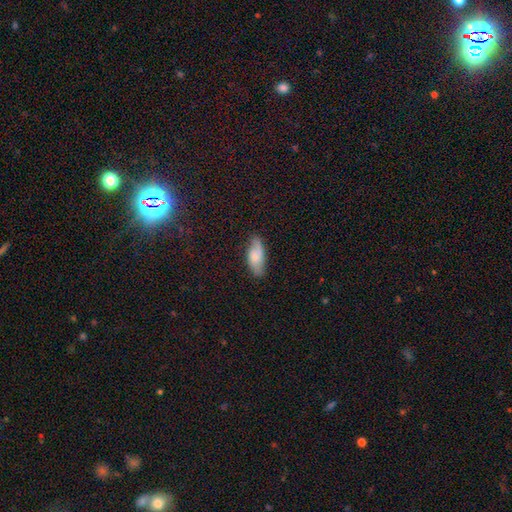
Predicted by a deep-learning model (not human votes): This appears to be a smooth galaxy with no disk features (58%) that is in between round and cigar-shaped (83%). Merging: none (71%).